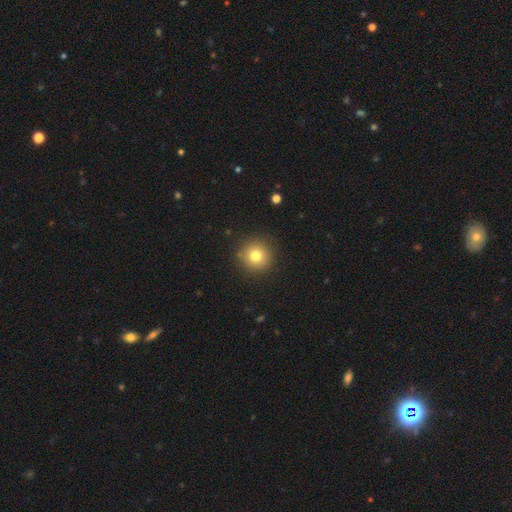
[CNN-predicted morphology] smooth 78%, star or artifact 12%, featured or disk 9%. Down the decision tree: how rounded — round (95%); merging — none (90%).